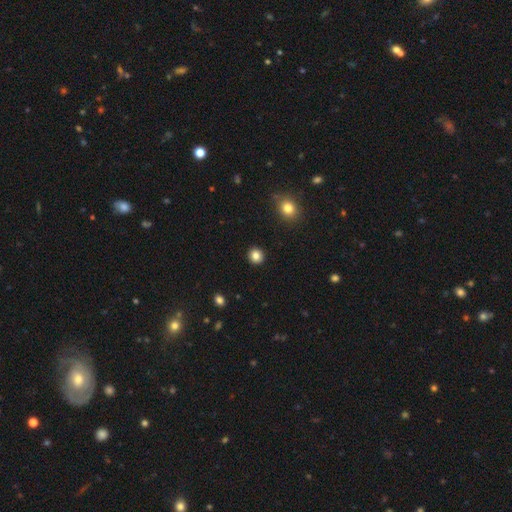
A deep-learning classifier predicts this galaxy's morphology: The model was most divided on "smooth or featured": smooth: 85%, star or artifact: 10%, featured or disk: 5%. More confident: merging — none (93%); how rounded — round (92%).